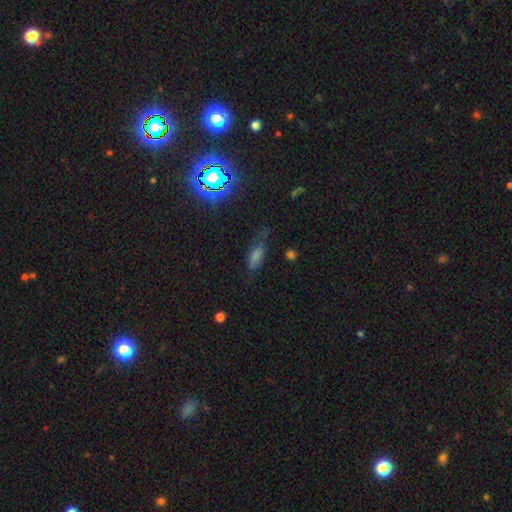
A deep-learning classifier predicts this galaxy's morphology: Smooth or featured? Predicted: smooth (p=0.53). How rounded? Predicted: in between (p=0.67). Merging? Predicted: none (p=0.58).